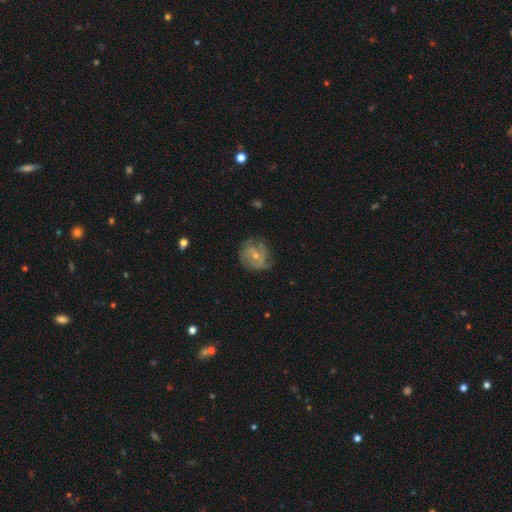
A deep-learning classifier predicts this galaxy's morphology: smooth_or_featured: featured or disk (p=0.65) [alt: smooth p=0.27]
disk_edge_on: no (p=0.97) [alt: yes p=0.03]
bar: no (p=0.60) [alt: weak p=0.33]
has_spiral_arms: yes (p=0.78) [alt: no p=0.22]
bulge_size: small (p=0.54) [alt: moderate p=0.42]
merging: none (p=0.59) [alt: minor disturbance p=0.27]